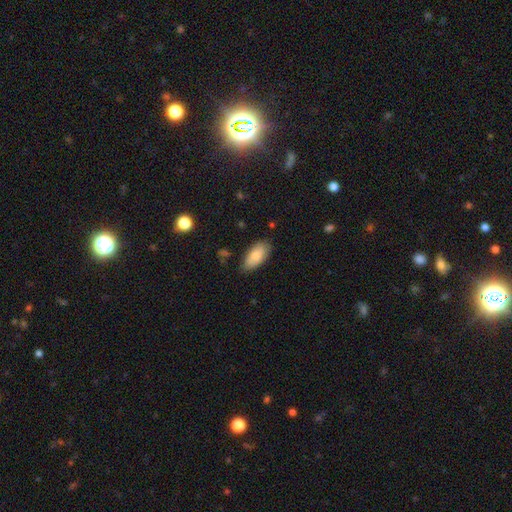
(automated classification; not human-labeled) A smooth galaxy with no disk features (83%) that is in between round and cigar-shaped (92%).

Vote fractions:
- Smooth or featured? smooth: 83% / featured or disk: 11% / star or artifact: 6%
- How rounded? in between: 92% / cigar-shaped: 6% / round: 2%
- Merging? none: 74% / minor disturbance: 21% / major disturbance: 4% / merger: 2%